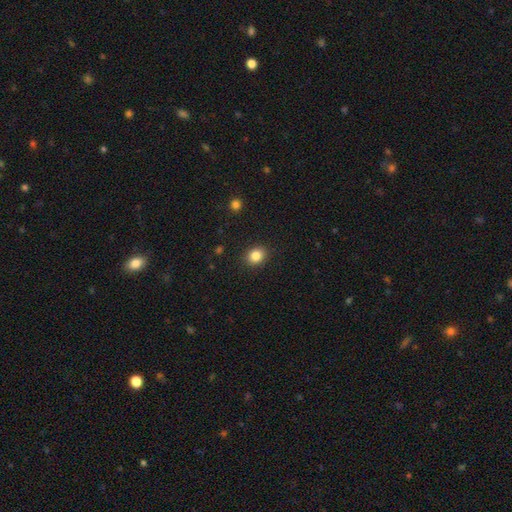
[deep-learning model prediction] The model was most divided on "how rounded": round: 53%, in between: 46%, cigar-shaped: 1%. More confident: merging — none (90%); smooth or featured — smooth (84%).